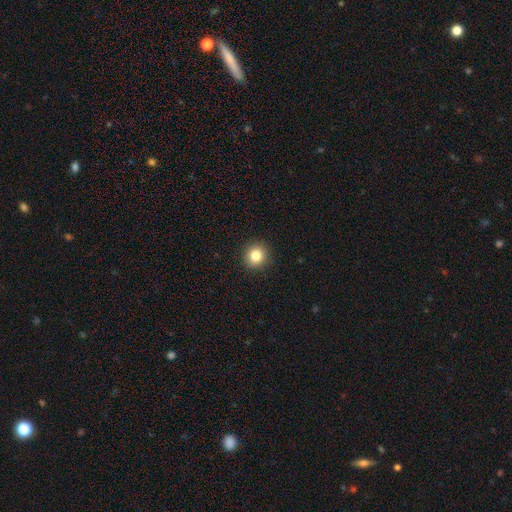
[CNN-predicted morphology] smooth 83%, star or artifact 11%, featured or disk 6%. Down the decision tree: how rounded — round (89%); merging — none (92%).